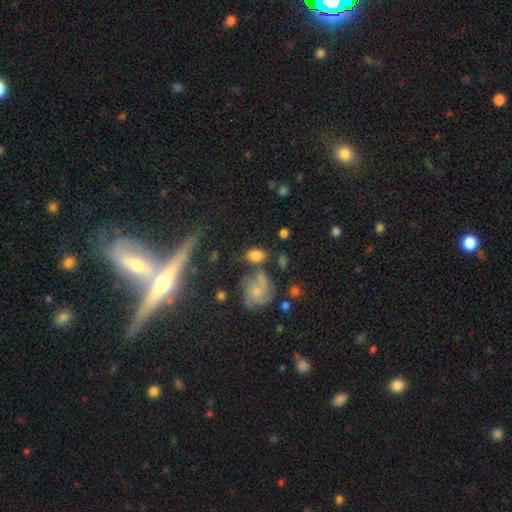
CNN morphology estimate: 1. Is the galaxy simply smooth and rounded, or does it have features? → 74% smooth, 15% featured or disk, 11% star or artifact.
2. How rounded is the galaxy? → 82% in between, 15% round, 3% cigar-shaped.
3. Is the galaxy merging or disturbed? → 60% none, 16% minor disturbance, 15% merger, 9% major disturbance.